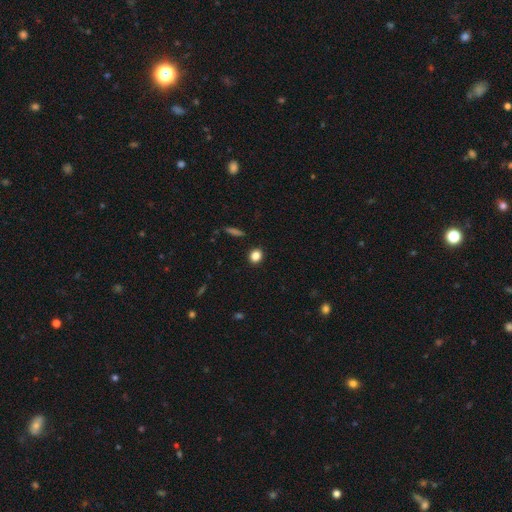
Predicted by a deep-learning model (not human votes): smooth-or-featured: smooth: 84% | star or artifact: 11% | featured or disk: 4%
  how-rounded: round: 76% | in between: 22% | cigar-shaped: 2%
  merging: none: 91% | minor disturbance: 6% | major disturbance: 2% | merger: 1%